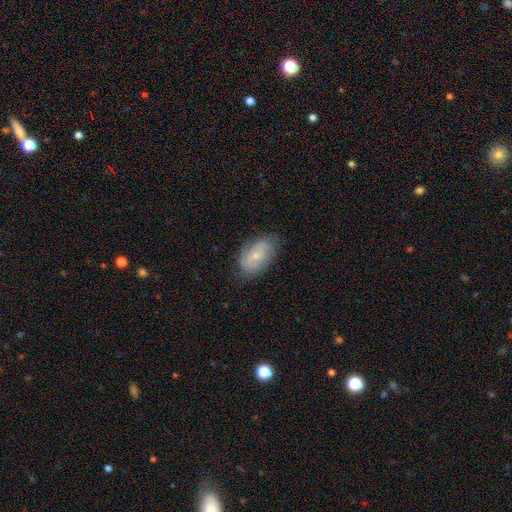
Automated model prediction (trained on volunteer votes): smooth_or_featured: smooth (p=0.56) [alt: featured or disk p=0.37]
how_rounded: in between (p=0.91) [alt: round p=0.07]
merging: none (p=0.73) [alt: minor disturbance p=0.21]